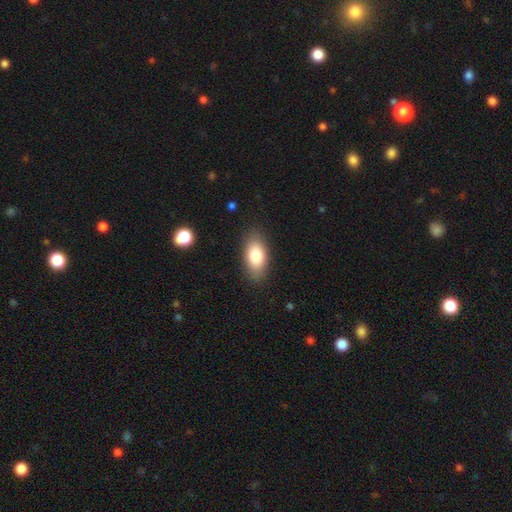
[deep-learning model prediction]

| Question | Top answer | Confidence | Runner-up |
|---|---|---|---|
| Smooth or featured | smooth | 80% | featured or disk (12%) |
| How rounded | in between | 90% | cigar-shaped (6%) |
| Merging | none | 85% | minor disturbance (11%) |